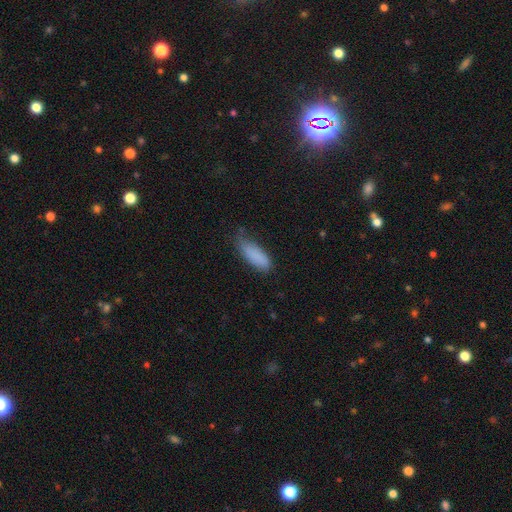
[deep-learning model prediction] Smooth or featured? Predicted: smooth (p=0.85). How rounded? Predicted: in between (p=0.65). Merging? Predicted: none (p=0.54).